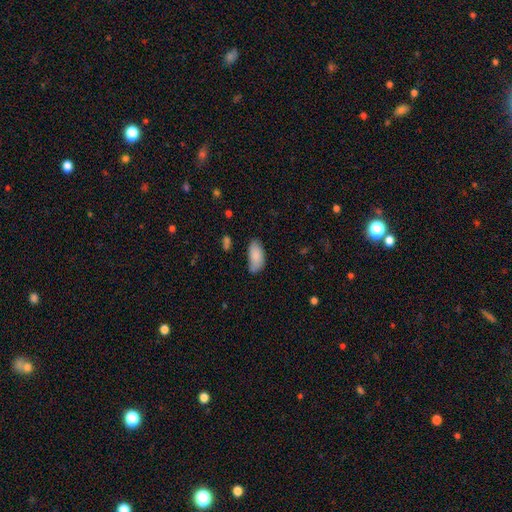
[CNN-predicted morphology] Smooth or featured?
  - smooth: 86% *
  - featured or disk: 8%
  - star or artifact: 6%
How rounded?
  - in between: 91% *
  - cigar-shaped: 7%
  - round: 2%
Merging?
  - none: 65% *
  - minor disturbance: 27%
  - major disturbance: 5%
  - merger: 3%